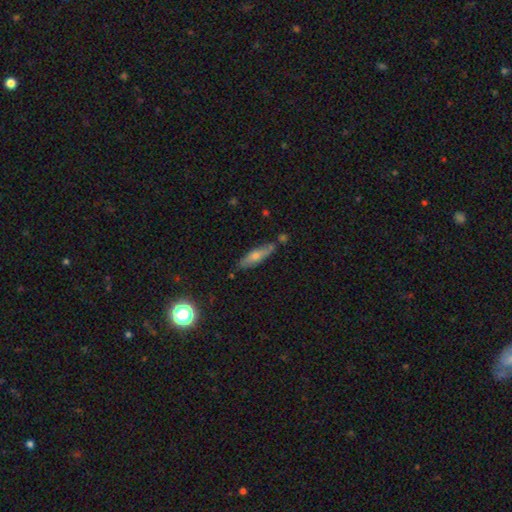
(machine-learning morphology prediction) Smooth or featured? smooth (50%)
Merging? none (75%)